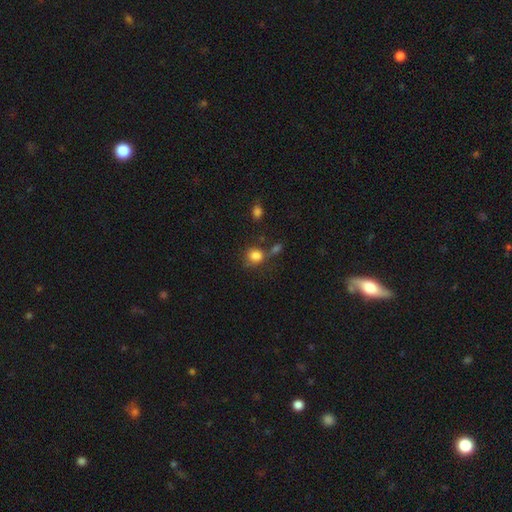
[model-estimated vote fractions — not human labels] Smooth or featured? Predicted: smooth (p=0.83). How rounded? Predicted: round (p=0.78). Merging? Predicted: none (p=0.57).